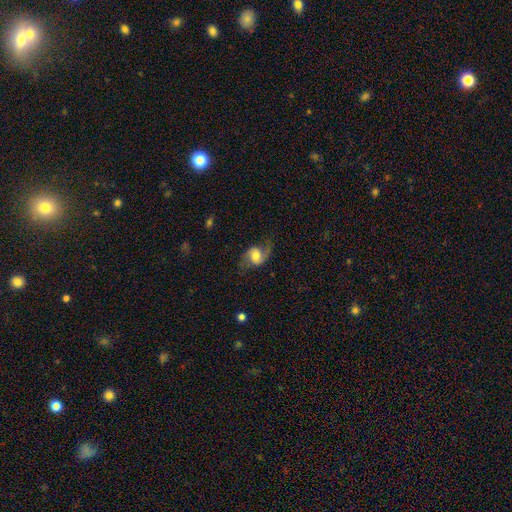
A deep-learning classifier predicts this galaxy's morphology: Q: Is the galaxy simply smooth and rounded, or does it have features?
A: featured or disk — 66%.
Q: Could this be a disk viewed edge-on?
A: no — 96%.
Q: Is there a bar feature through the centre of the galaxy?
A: no — 47%.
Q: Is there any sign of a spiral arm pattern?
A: yes — 92%.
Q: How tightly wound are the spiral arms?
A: loose — 60%.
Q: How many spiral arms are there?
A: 2 — 89%.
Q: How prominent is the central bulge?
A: moderate — 59%.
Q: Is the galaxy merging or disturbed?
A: none — 69%.